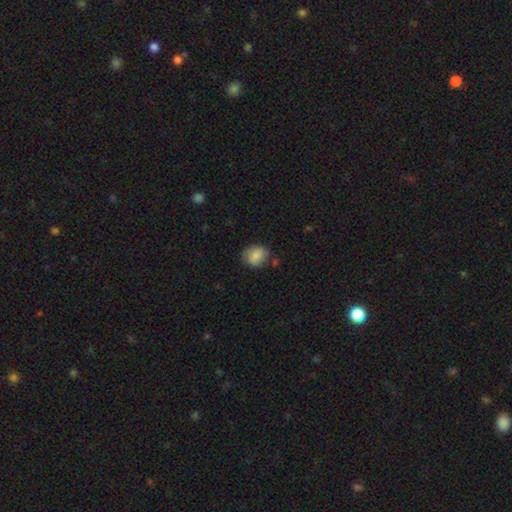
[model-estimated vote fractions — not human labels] Smooth or featured? smooth (83%)
How rounded? round (64%)
Merging? none (75%)